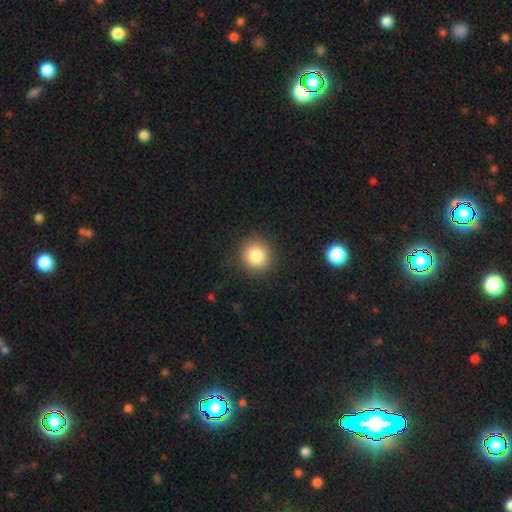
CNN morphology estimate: A smooth galaxy with no disk features (84%) that is round (92%). Merging: none (89%).